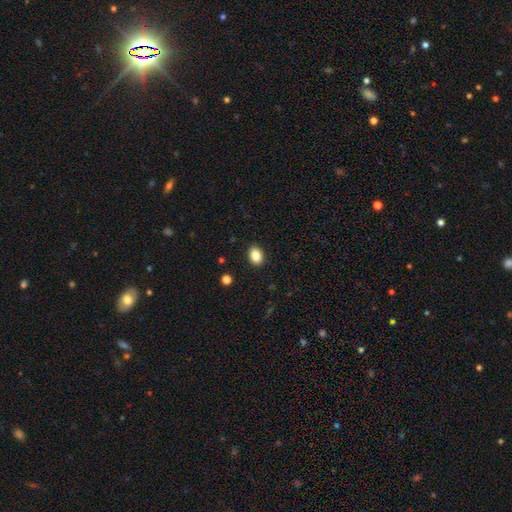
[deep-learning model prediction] Smooth or featured? Predicted: smooth (p=0.86). How rounded? Predicted: in between (p=0.75). Merging? Predicted: none (p=0.90).